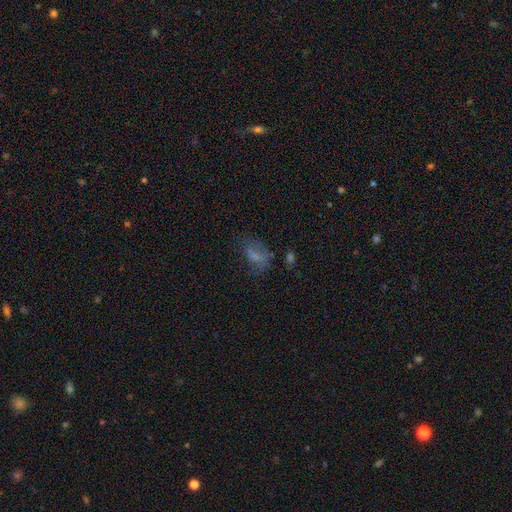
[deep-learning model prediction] A smooth galaxy with no disk features (54%) that is in between round and cigar-shaped (81%). Merging: none (39%).